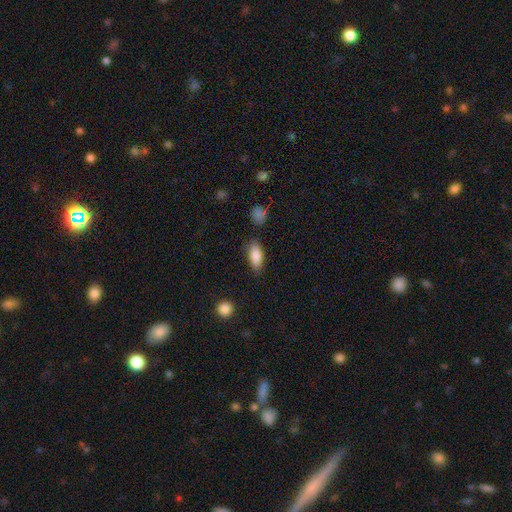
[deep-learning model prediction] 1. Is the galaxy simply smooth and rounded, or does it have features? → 86% smooth, 7% star or artifact, 7% featured or disk.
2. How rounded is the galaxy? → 87% in between, 9% cigar-shaped, 3% round.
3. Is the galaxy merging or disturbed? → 75% none, 18% minor disturbance, 4% major disturbance, 3% merger.